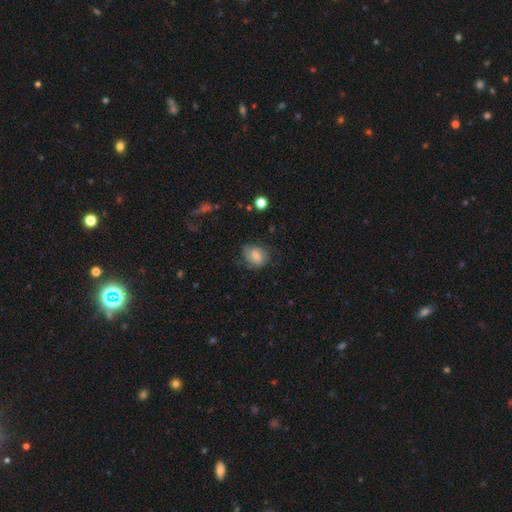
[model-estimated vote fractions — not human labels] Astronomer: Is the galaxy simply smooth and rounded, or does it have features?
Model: featured or disk — 47% (runner-up: smooth, 44%).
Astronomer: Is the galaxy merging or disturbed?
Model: none — 68%.